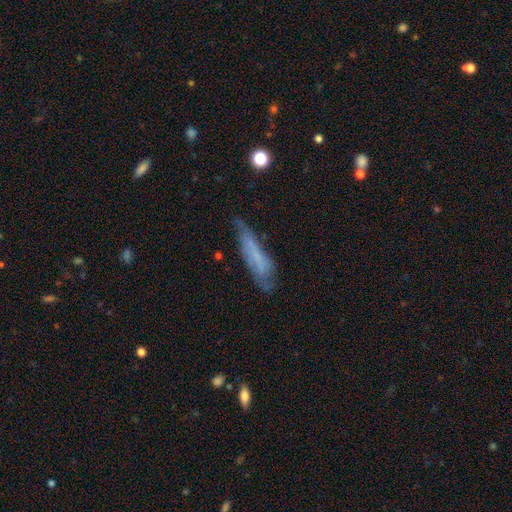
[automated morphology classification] Q: Smooth or featured?
A: smooth (46%); runner-up: featured or disk (45%)
Q: Merging?
A: none (53%); runner-up: minor disturbance (31%)